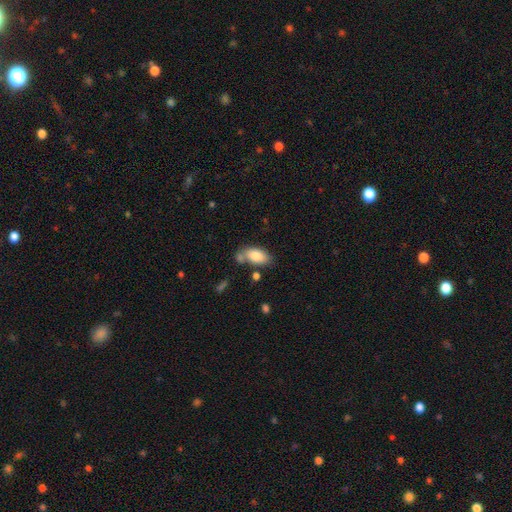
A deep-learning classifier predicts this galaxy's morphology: A smooth galaxy with no disk features (83%) that is in between round and cigar-shaped (92%). Merging: none (56%).